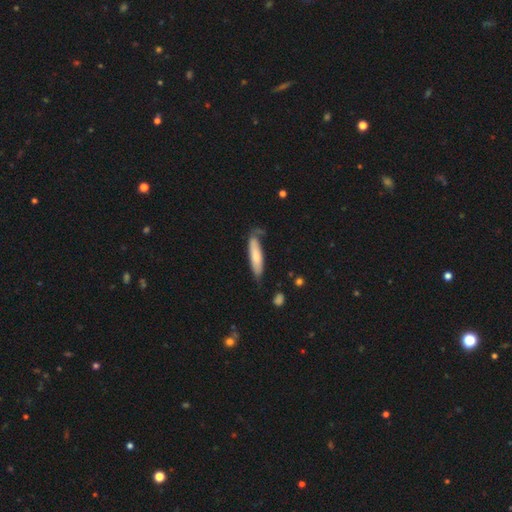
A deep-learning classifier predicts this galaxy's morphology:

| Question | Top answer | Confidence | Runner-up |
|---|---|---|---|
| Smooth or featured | smooth | 71% | featured or disk (23%) |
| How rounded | cigar-shaped | 74% | in between (25%) |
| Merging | none | 57% | minor disturbance (28%) |